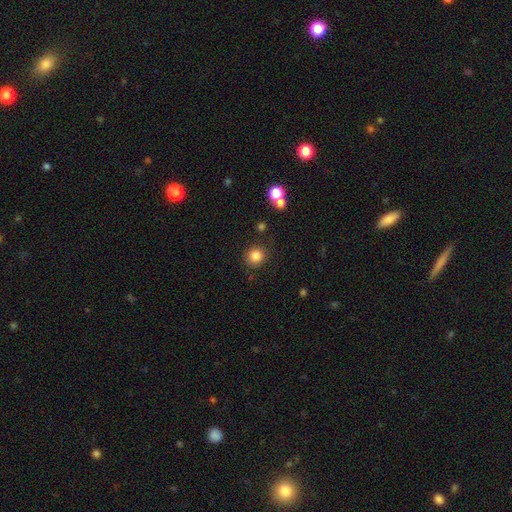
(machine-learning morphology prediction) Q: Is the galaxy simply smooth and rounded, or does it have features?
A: smooth — 83%.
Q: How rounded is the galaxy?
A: round — 91%.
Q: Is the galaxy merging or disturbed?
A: none — 87%.